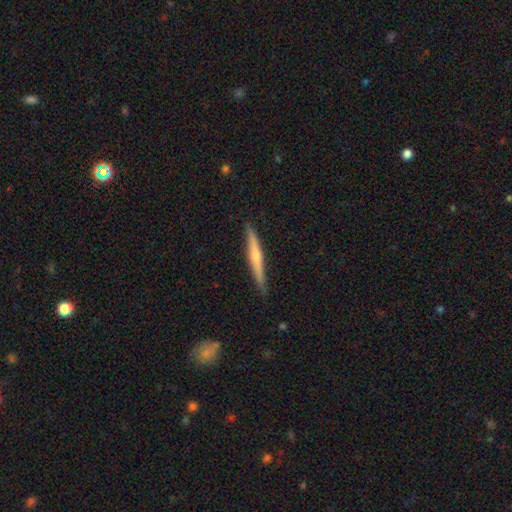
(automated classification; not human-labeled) Morphology: type=featured or disk (56%); edge-on=yes (97%); edge-on bulge=rounded (66%); merging=none (88%).